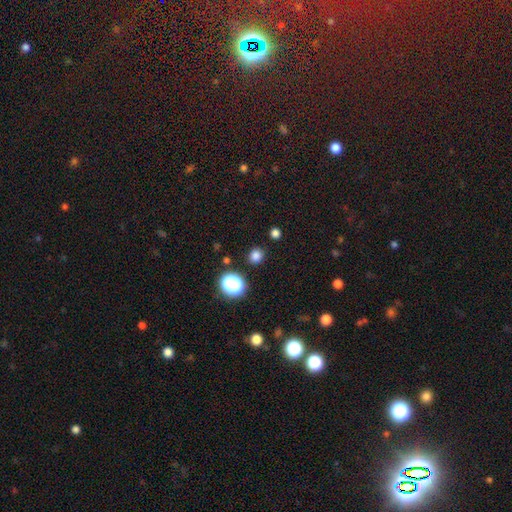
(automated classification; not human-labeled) Morphology: type=smooth (79%); roundness=round (83%); merging=none (87%).